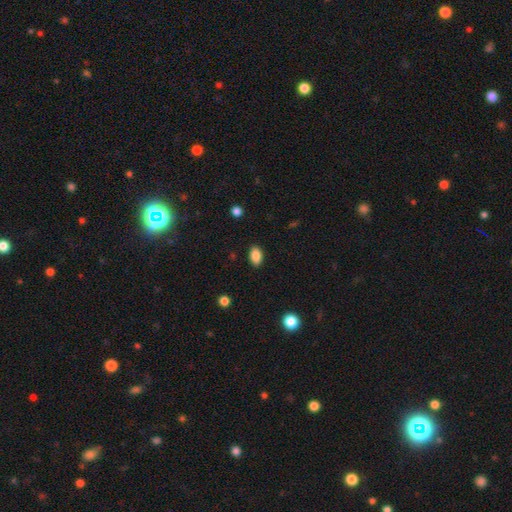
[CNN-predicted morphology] smooth_or_featured: smooth (p=0.87) [alt: star or artifact p=0.08]
how_rounded: in between (p=0.90) [alt: round p=0.09]
merging: none (p=0.88) [alt: minor disturbance p=0.09]